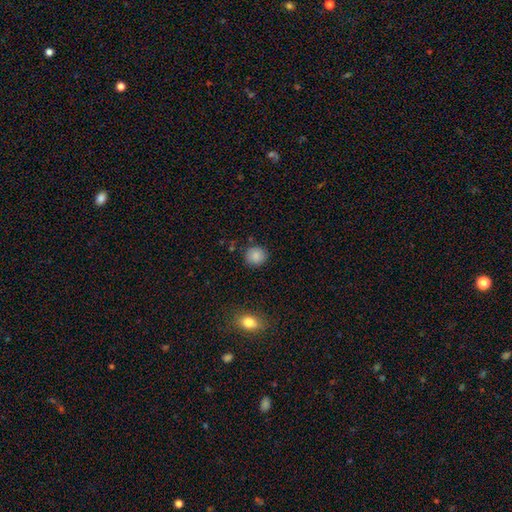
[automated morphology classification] A smooth galaxy with no disk features (87%) that is round (85%).

Vote fractions:
- Smooth or featured? smooth: 87% / star or artifact: 9% / featured or disk: 4%
- How rounded? round: 85% / in between: 14% / cigar-shaped: 1%
- Merging? none: 86% / minor disturbance: 9% / major disturbance: 2% / merger: 2%